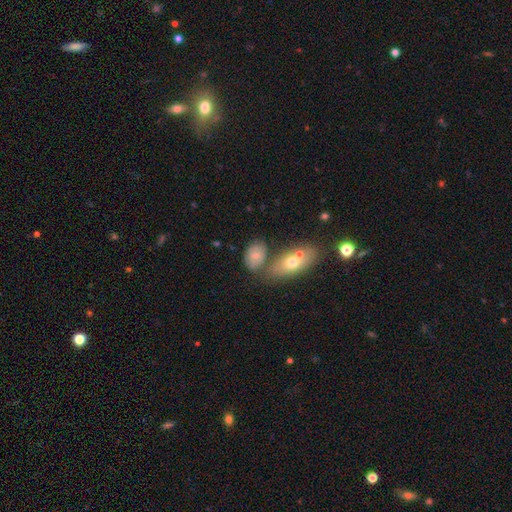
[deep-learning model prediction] Smooth or featured? Predicted: smooth (p=0.65). How rounded? Predicted: in between (p=0.80). Merging? Predicted: none (p=0.50).